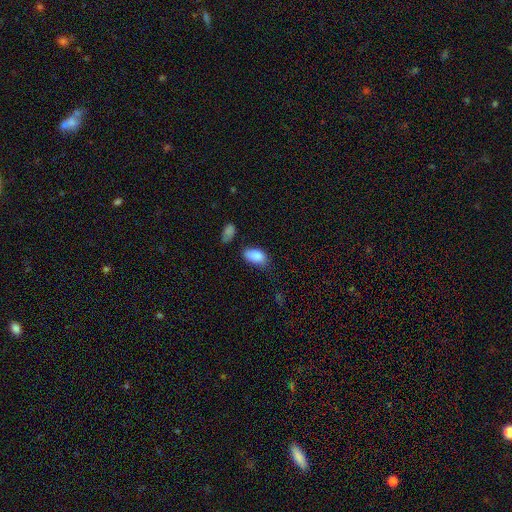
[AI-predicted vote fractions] smooth_or_featured: smooth (p=0.88) [alt: star or artifact p=0.07]
how_rounded: in between (p=0.94) [alt: round p=0.04]
merging: none (p=0.57) [alt: minor disturbance p=0.29]